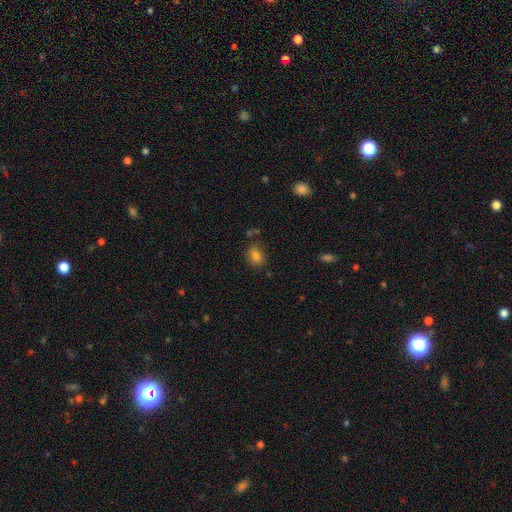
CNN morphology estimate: This appears to be a smooth galaxy with no disk features (81%) that is in between round and cigar-shaped (65%). Merging: none (76%).